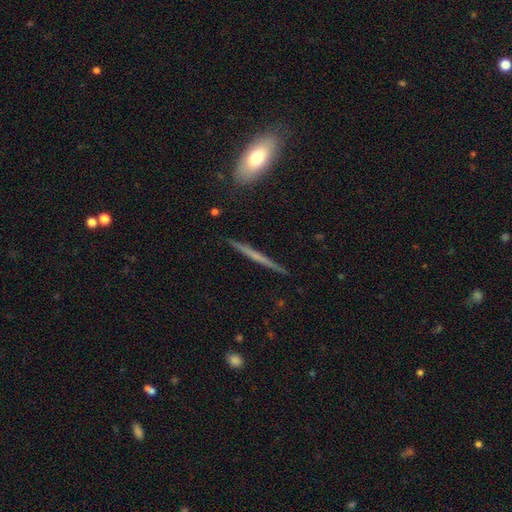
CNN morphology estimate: The model was most divided on "smooth or featured": featured or disk: 58%, smooth: 36%, star or artifact: 7%. More confident: edge-on disk — yes (97%); merging — none (90%); edge-on bulge — none (78%).